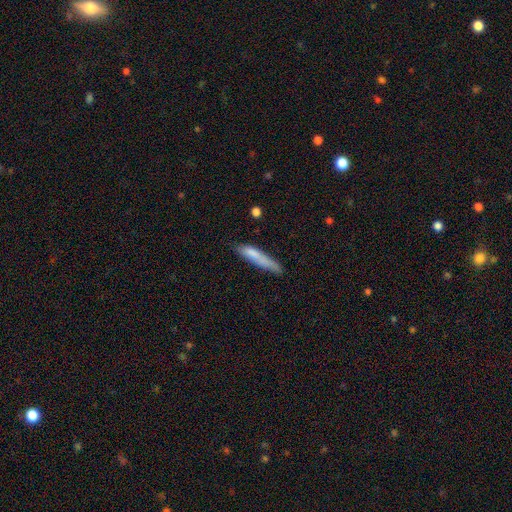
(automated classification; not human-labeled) Smooth or featured: smooth — 75% (featured or disk — 19%)
How rounded: cigar-shaped — 89% (in between — 10%)
Merging: none — 62% (minor disturbance — 26%)